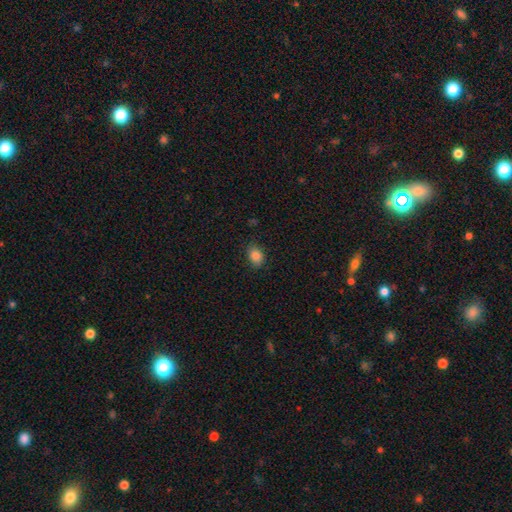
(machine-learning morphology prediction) smooth-or-featured: smooth: 84% | star or artifact: 10% | featured or disk: 6%
  how-rounded: in between: 69% | round: 29% | cigar-shaped: 1%
  merging: none: 81% | minor disturbance: 15% | major disturbance: 3% | merger: 1%